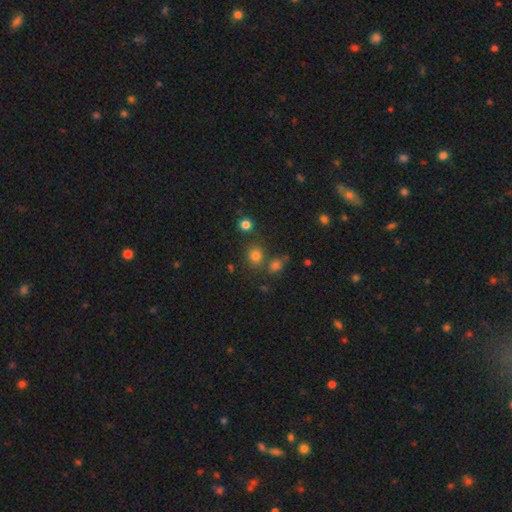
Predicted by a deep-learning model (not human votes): smooth-or-featured: smooth: 77% | star or artifact: 17% | featured or disk: 7%
  how-rounded: round: 73% | in between: 26% | cigar-shaped: 1%
  merging: none: 72% | merger: 14% | minor disturbance: 11% | major disturbance: 4%